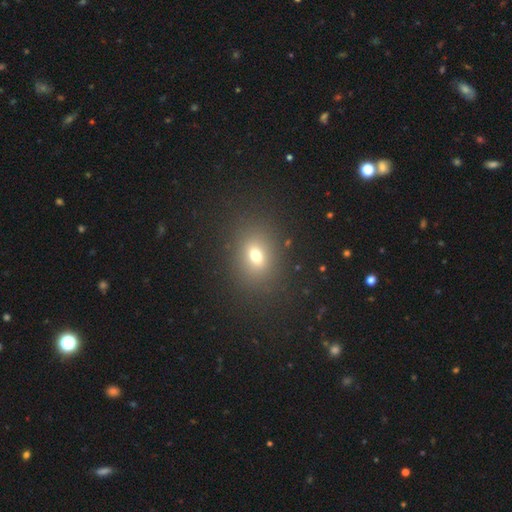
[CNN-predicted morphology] type=smooth (70%); roundness=in between (54%); merging=none (85%).